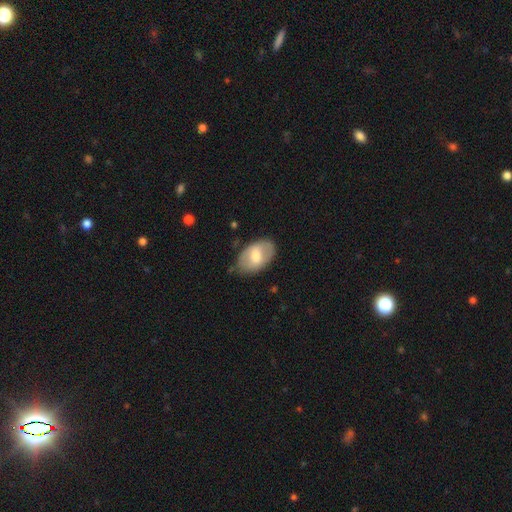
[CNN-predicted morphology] type=smooth (60%); roundness=in between (91%); merging=none (73%).